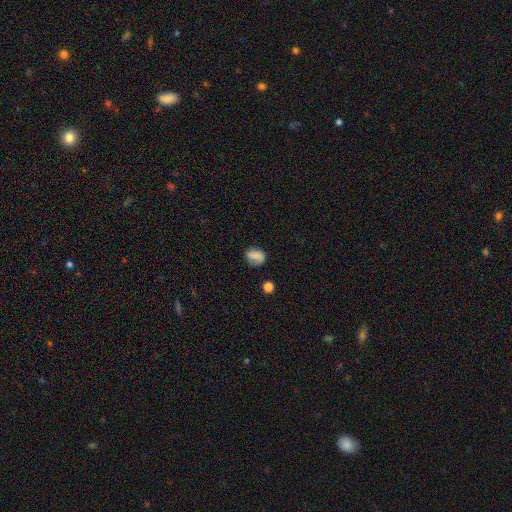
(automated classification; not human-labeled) Smooth or featured?
  - smooth: 72% *
  - featured or disk: 17%
  - star or artifact: 11%
How rounded?
  - in between: 53% *
  - round: 45%
  - cigar-shaped: 2%
Merging?
  - none: 61% *
  - minor disturbance: 26%
  - major disturbance: 10%
  - merger: 3%